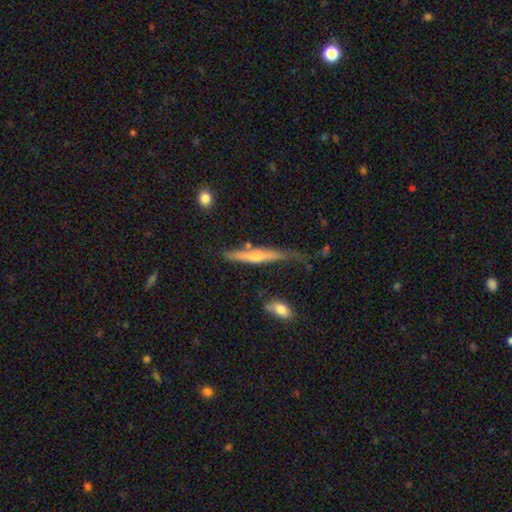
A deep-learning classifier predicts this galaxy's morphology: Overall: featured or disk (53%; smooth 41%). Edge-on disk: yes (92%). Merging: none (50%; minor disturbance 31%).